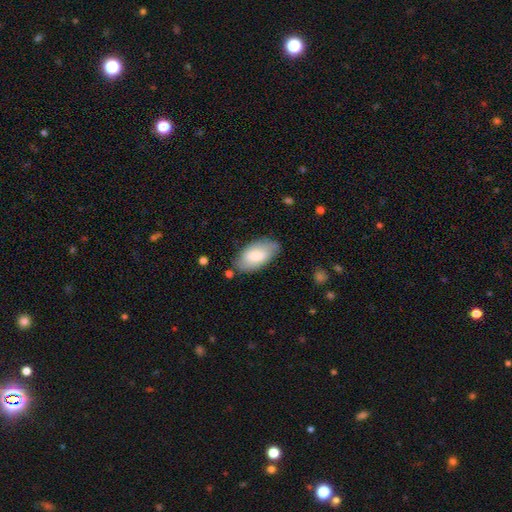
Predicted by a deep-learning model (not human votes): A smooth galaxy with no disk features (75%) that is in between round and cigar-shaped (95%).

Vote fractions:
- Smooth or featured? smooth: 75% / featured or disk: 19% / star or artifact: 6%
- How rounded? in between: 95% / cigar-shaped: 3% / round: 3%
- Merging? none: 73% / minor disturbance: 20% / major disturbance: 4% / merger: 3%